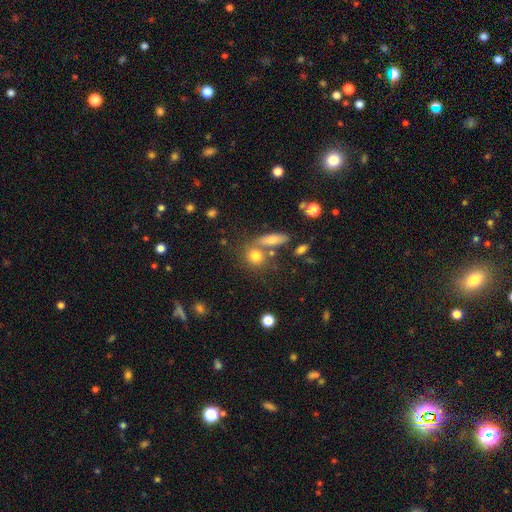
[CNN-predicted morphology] Smooth or featured: smooth — 76% (featured or disk — 12%)
How rounded: round — 69% (in between — 26%)
Merging: none — 56% (merger — 27%)